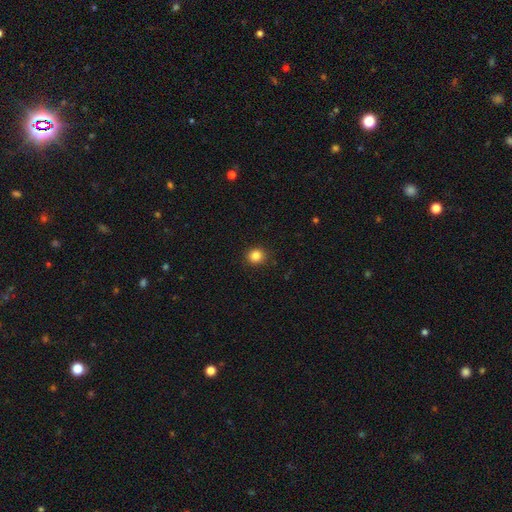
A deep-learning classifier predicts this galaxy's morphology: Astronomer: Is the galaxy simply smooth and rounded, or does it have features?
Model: smooth — 85%.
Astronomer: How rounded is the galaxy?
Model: round — 87%.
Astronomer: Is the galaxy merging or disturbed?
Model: none — 90%.